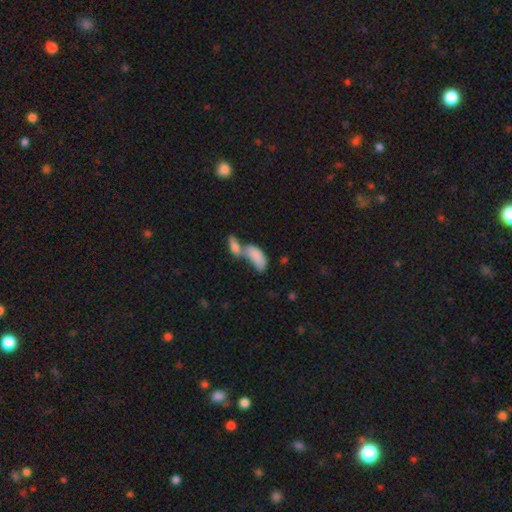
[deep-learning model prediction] Smooth or featured? smooth (80%)
How rounded? in between (86%)
Merging? merger (68%)